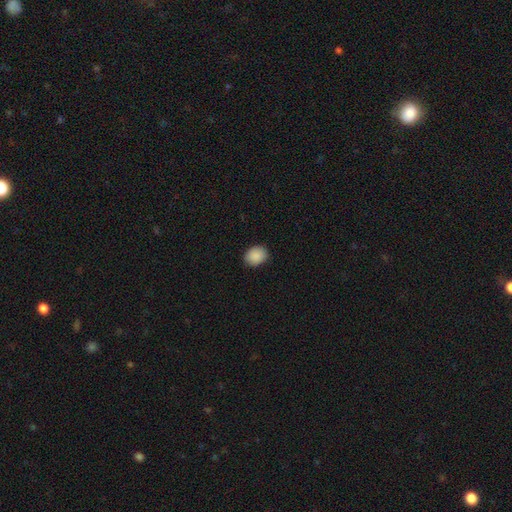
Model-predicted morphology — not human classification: This appears to be a smooth galaxy with no disk features (90%) that is in between round and cigar-shaped (53%). Merging: none (89%).